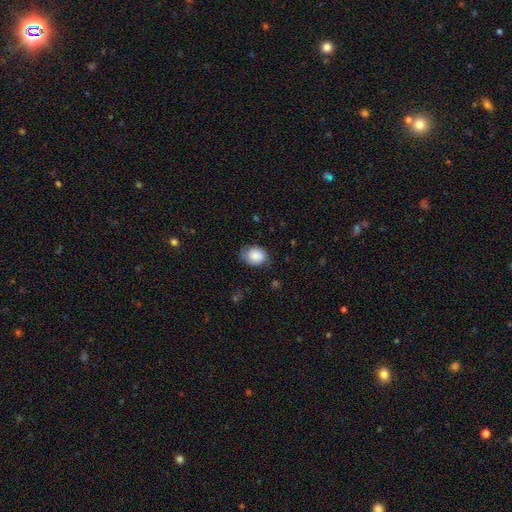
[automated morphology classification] Smooth or featured? Predicted: smooth (p=0.73). How rounded? Predicted: round (p=0.51). Merging? Predicted: none (p=0.58).